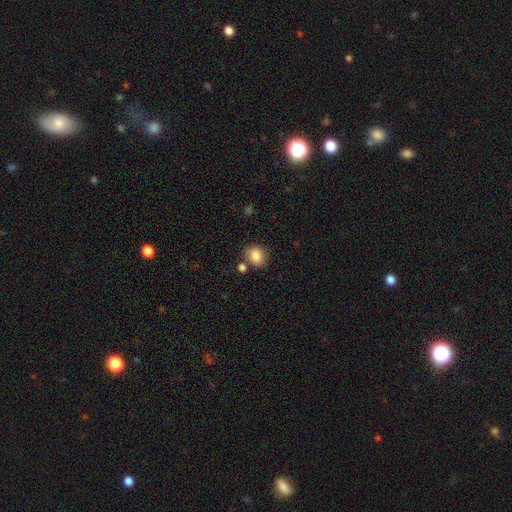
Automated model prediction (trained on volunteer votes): Smooth or featured? Predicted: smooth (p=0.85). How rounded? Predicted: in between (p=0.53). Merging? Predicted: none (p=0.70).